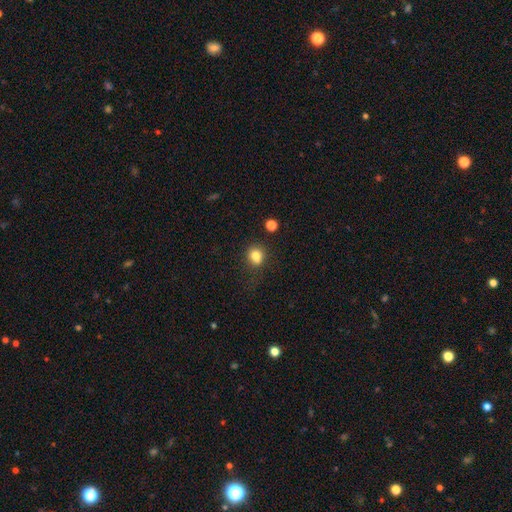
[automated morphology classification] smooth_or_featured: smooth (p=0.80) [alt: star or artifact p=0.12]
how_rounded: round (p=0.70) [alt: in between p=0.29]
merging: none (p=0.64) [alt: minor disturbance p=0.19]